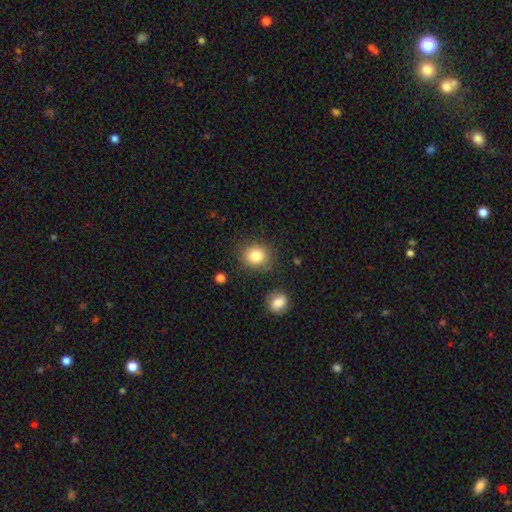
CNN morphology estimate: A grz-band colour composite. It shows a smooth galaxy with no disk features (83%) that is round (77%). Merging: none (83%).